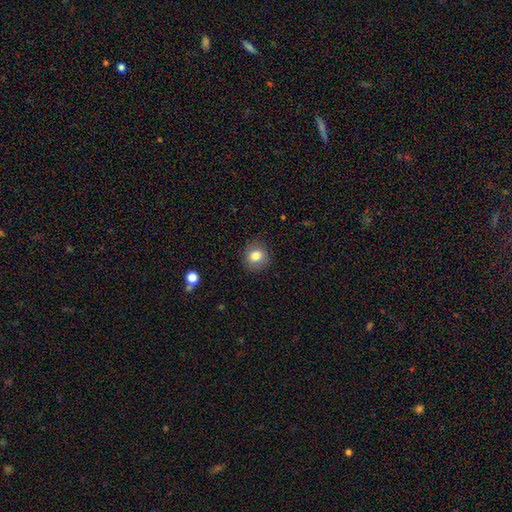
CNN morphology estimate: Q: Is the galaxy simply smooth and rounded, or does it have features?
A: smooth — 81%.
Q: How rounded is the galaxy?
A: round — 82%.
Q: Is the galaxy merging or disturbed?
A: none — 86%.